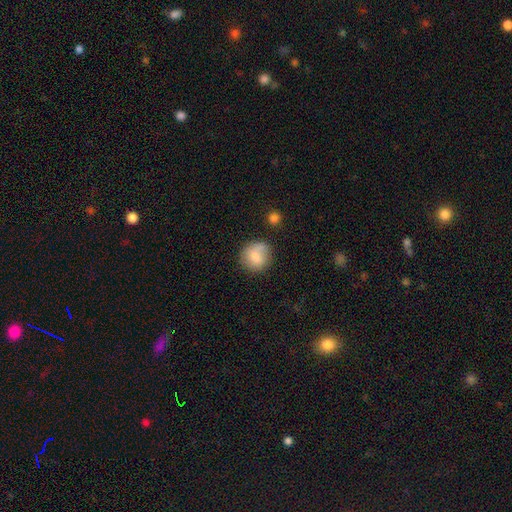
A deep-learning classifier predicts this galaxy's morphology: Smooth or featured? smooth (77%)
How rounded? round (85%)
Merging? none (65%)